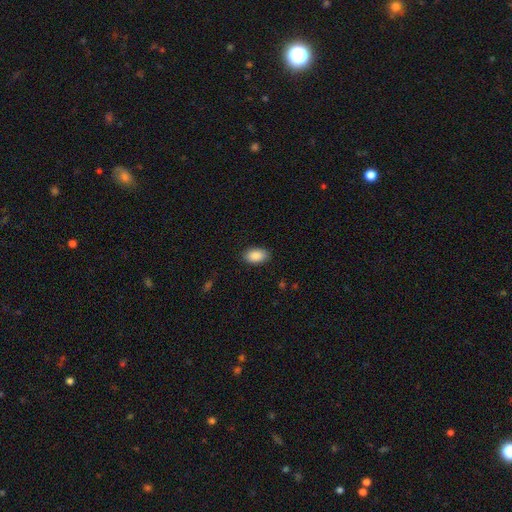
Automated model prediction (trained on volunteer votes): smooth-or-featured: smooth: 89% | star or artifact: 7% | featured or disk: 4%
  how-rounded: in between: 92% | round: 7% | cigar-shaped: 1%
  merging: none: 88% | minor disturbance: 9% | major disturbance: 2% | merger: 1%